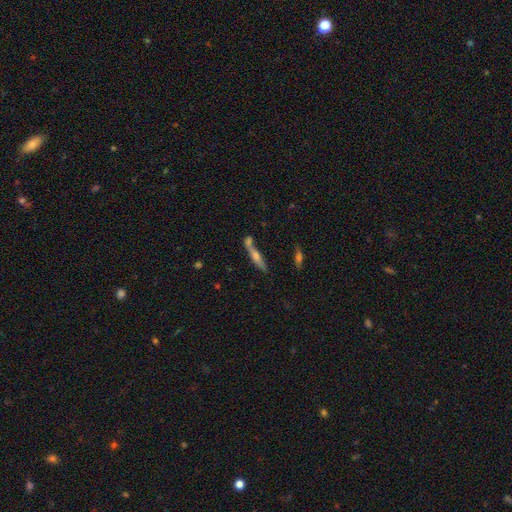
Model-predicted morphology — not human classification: Smooth or featured? Predicted: featured or disk (p=0.49). Merging? Predicted: none (p=0.56).